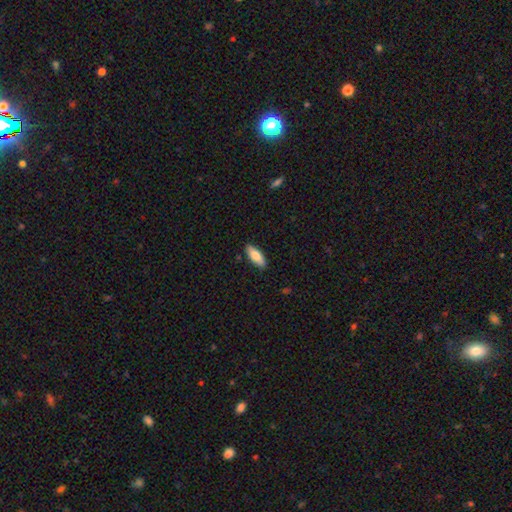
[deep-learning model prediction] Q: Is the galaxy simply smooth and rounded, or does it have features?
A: smooth — 82%.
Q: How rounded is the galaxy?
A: in between — 70%.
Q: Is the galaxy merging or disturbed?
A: none — 88%.